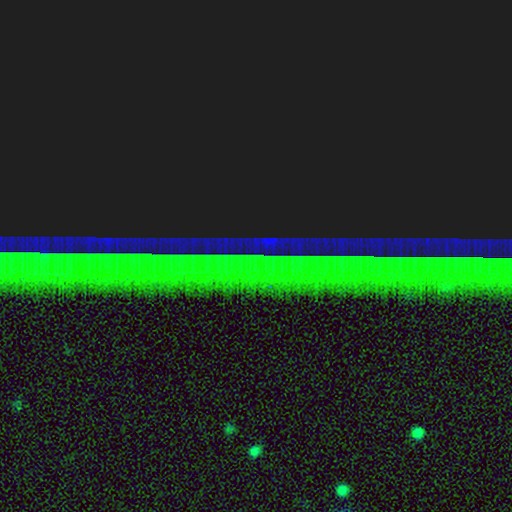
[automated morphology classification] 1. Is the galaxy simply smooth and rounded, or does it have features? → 86% star or artifact, 8% featured or disk, 6% smooth.